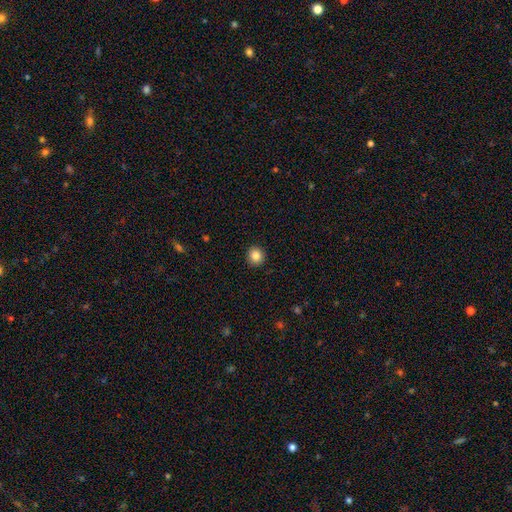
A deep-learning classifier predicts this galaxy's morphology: smooth_or_featured: smooth (p=0.85) [alt: star or artifact p=0.10]
how_rounded: round (p=0.91) [alt: in between p=0.08]
merging: none (p=0.92) [alt: minor disturbance p=0.05]